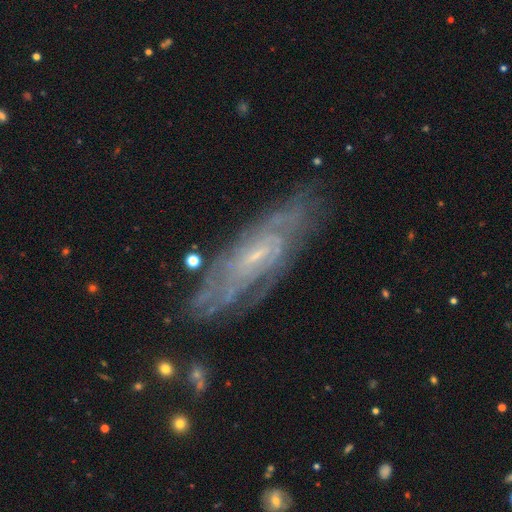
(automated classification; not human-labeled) Smooth or featured? featured or disk (79%)
Edge-on disk? no (82%)
Bar? no (52%)
Spiral arms? yes (89%)
Spiral winding? tight (63%)
Spiral arm count? can't tell (55%)
Bulge size? small (76%)
Merging? none (77%)